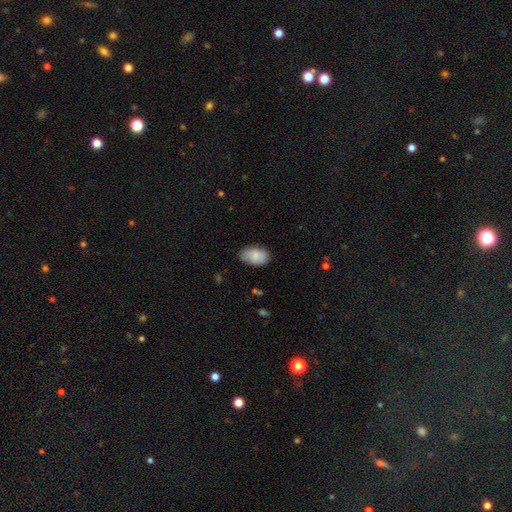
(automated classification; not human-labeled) smooth 83%, featured or disk 10%, star or artifact 6%. Down the decision tree: how rounded — in between (92%); merging — none (75%).